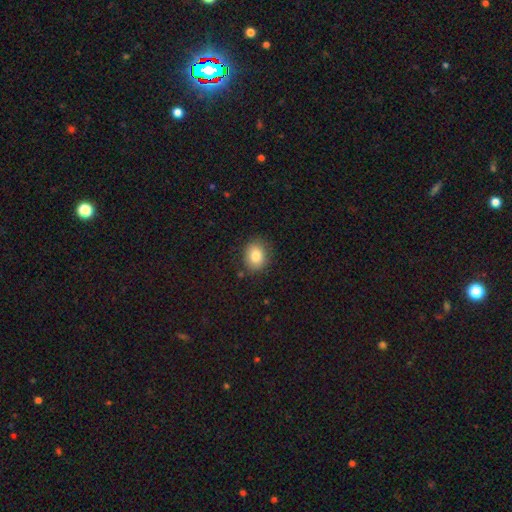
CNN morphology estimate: smooth-or-featured: smooth: 82% | star or artifact: 9% | featured or disk: 8%
  how-rounded: round: 57% | in between: 42% | cigar-shaped: 1%
  merging: none: 83% | minor disturbance: 12% | major disturbance: 3% | merger: 2%